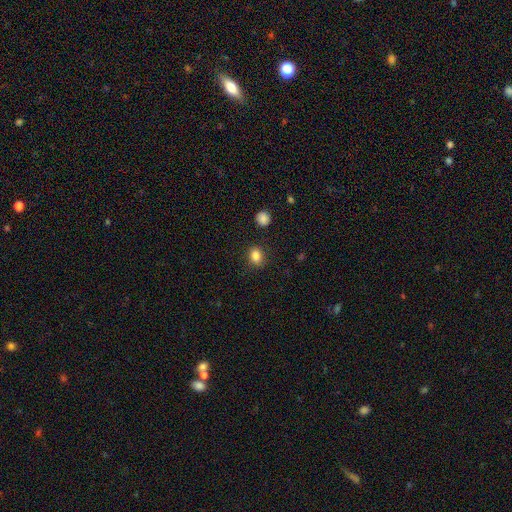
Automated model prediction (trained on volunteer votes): Smooth or featured? Predicted: smooth (p=0.84). How rounded? Predicted: round (p=0.53). Merging? Predicted: none (p=0.87).